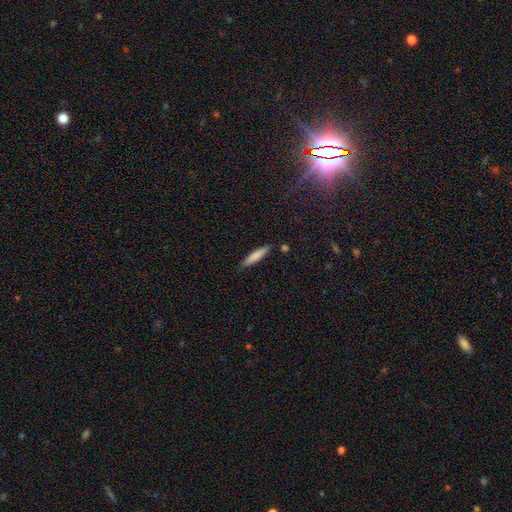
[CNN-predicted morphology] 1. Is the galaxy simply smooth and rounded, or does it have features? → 78% smooth, 15% featured or disk, 6% star or artifact.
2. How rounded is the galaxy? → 87% cigar-shaped, 12% in between, 1% round.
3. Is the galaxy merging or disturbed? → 84% none, 12% minor disturbance, 3% merger, 2% major disturbance.